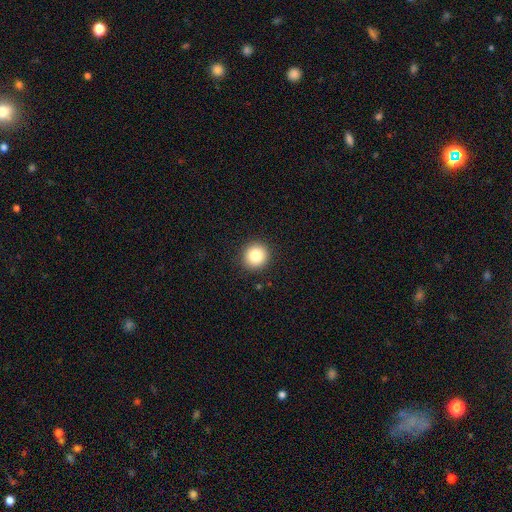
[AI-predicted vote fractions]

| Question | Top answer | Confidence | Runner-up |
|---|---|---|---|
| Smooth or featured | smooth | 82% | star or artifact (10%) |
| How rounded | round | 94% | in between (5%) |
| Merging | none | 92% | minor disturbance (5%) |